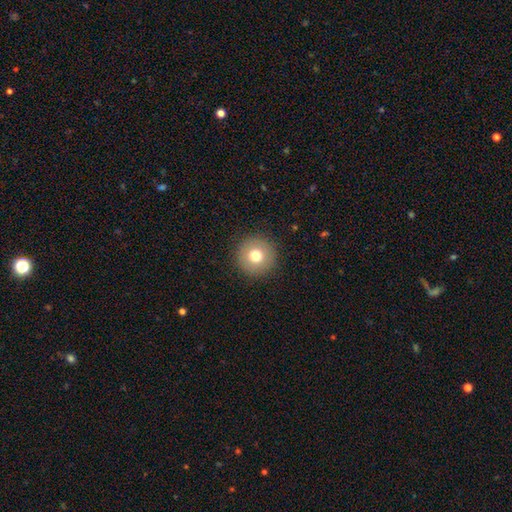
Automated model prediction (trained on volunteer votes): This is likely a smooth galaxy (75%). How rounded: clearly round (96%). Merging: clearly none (92%).